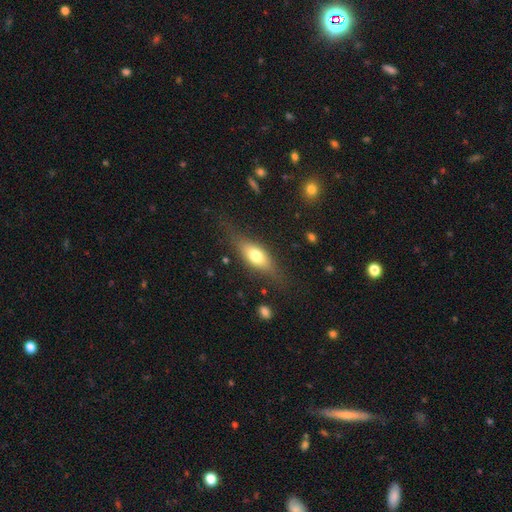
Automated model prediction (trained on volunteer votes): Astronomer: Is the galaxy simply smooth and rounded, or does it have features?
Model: smooth — 59%.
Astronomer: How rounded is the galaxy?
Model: in between — 64%.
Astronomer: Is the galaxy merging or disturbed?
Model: none — 70%.